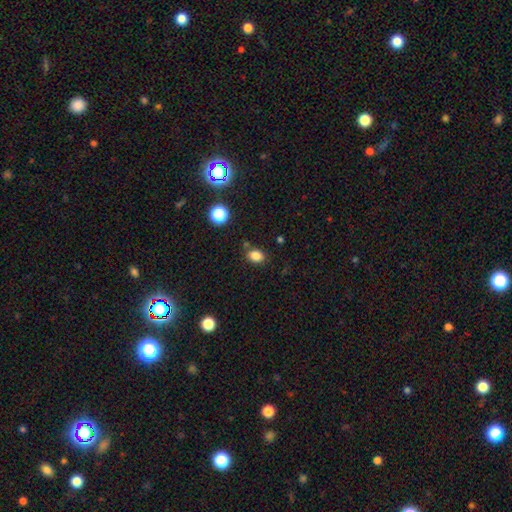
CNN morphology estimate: A smooth galaxy with no disk features (83%) that is in between round and cigar-shaped (65%). Merging: none (79%).